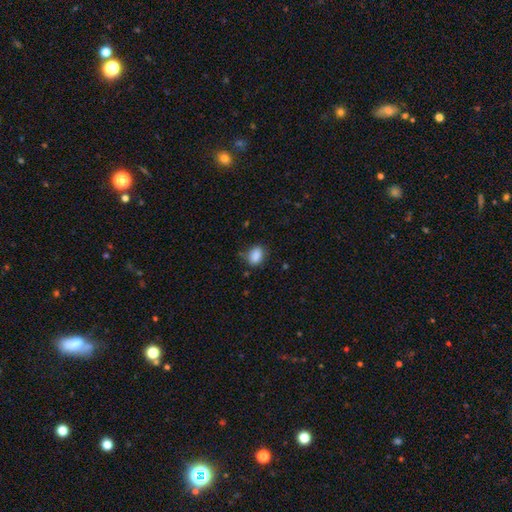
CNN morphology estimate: The model was most divided on "merging": none: 70%, minor disturbance: 22%, major disturbance: 5%, merger: 2%. More confident: smooth or featured — smooth (87%); how rounded — in between (75%).